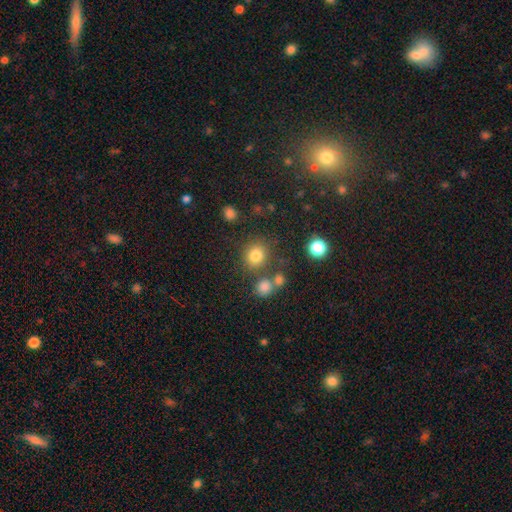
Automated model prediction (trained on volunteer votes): Smooth or featured? Predicted: smooth (p=0.79). How rounded? Predicted: round (p=0.83). Merging? Predicted: none (p=0.75).